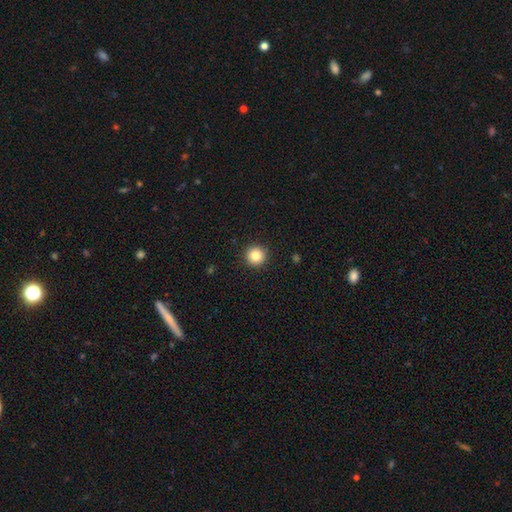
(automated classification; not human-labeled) smooth 84%, star or artifact 11%, featured or disk 6%. Down the decision tree: how rounded — round (96%); merging — none (93%).